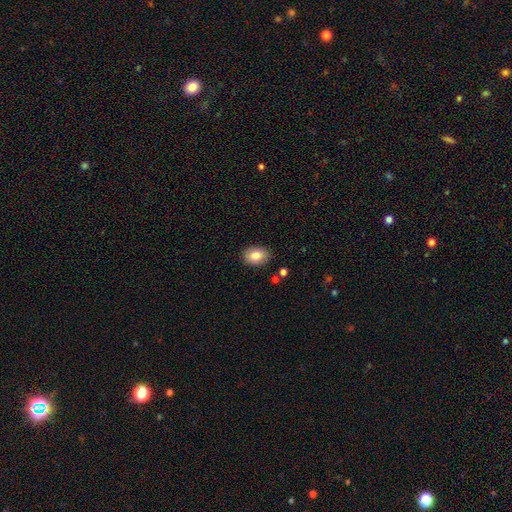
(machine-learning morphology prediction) smooth 83%, featured or disk 9%, star or artifact 8%. Down the decision tree: how rounded — in between (80%); merging — none (87%).